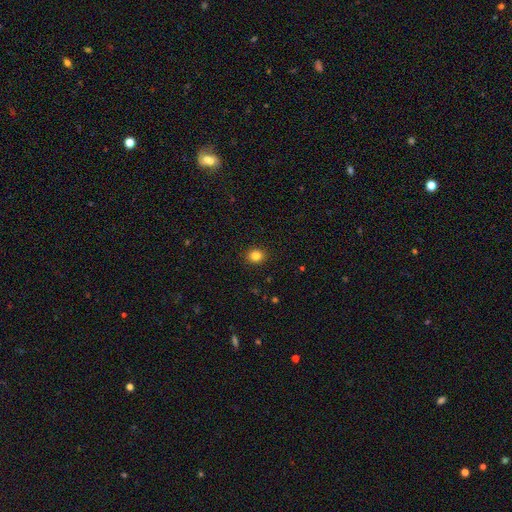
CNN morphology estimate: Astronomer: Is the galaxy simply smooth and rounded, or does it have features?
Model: smooth — 84%.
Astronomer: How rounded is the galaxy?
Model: round — 80%.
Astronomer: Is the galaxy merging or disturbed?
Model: none — 92%.